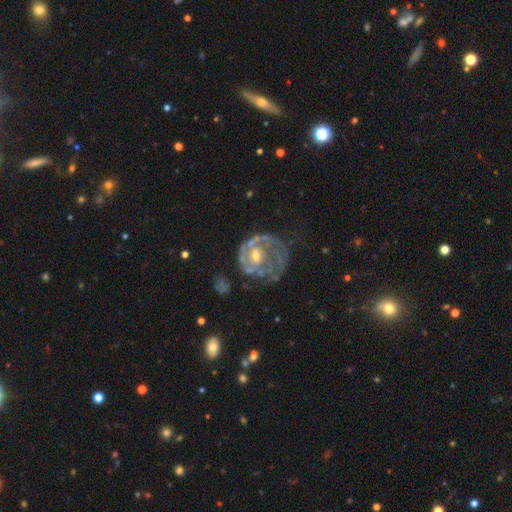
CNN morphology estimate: Smooth or featured? featured or disk (81%)
Edge-on disk? no (98%)
Bar? no (71%)
Spiral arms? yes (76%)
Spiral winding? tight (61%)
Spiral arm count? can't tell (37%)
Bulge size? moderate (55%)
Merging? none (49%)